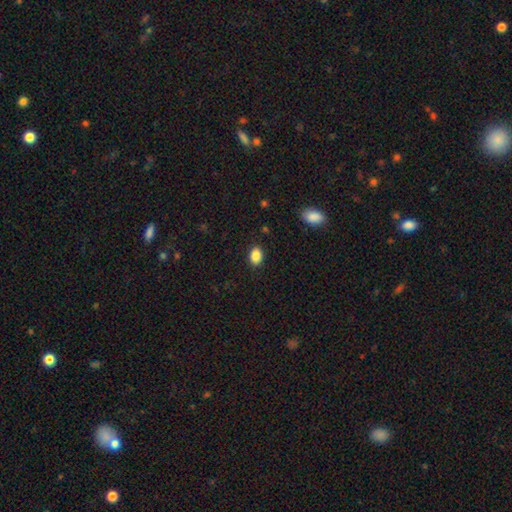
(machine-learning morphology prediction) This appears to be a smooth galaxy with no disk features (87%) that is in between round and cigar-shaped (80%). Merging: none (89%).